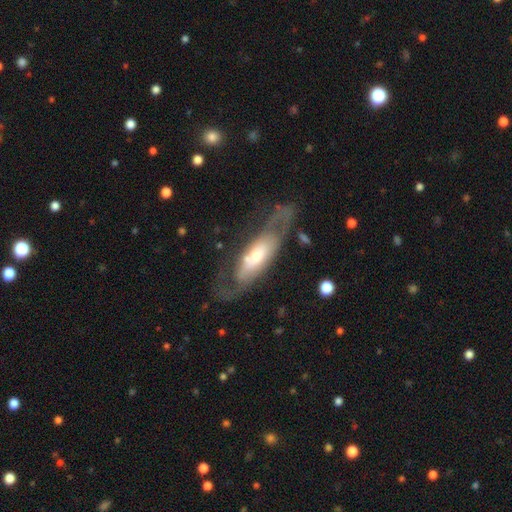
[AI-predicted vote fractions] A featured or disk galaxy (69%) with no bar (65%), spiral arms (68%) and a moderate central bulge (47%).

Vote fractions:
- Smooth or featured? featured or disk: 69% / smooth: 25% / star or artifact: 6%
- Edge-on disk? no: 79% / yes: 21%
- Bar? no: 65% / weak: 24% / strong: 12%
- Spiral arms? yes: 68% / no: 32%
- Bulge size? moderate: 47% / small: 37% / large: 12% / dominant: 2% / none: 2%
- Merging? none: 56% / major disturbance: 22% / minor disturbance: 19% / merger: 3%